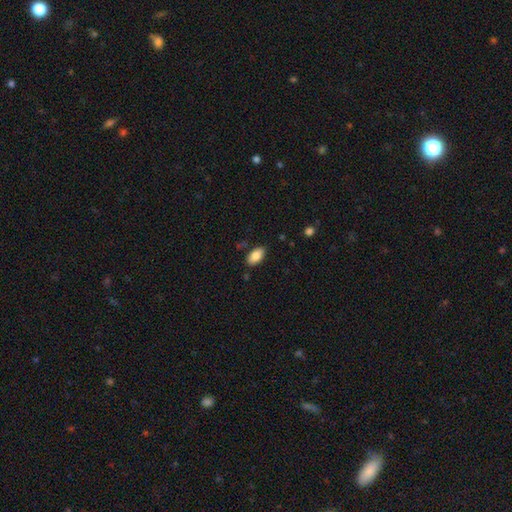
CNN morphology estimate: Smooth or featured? Predicted: smooth (p=0.85). How rounded? Predicted: in between (p=0.94). Merging? Predicted: none (p=0.84).